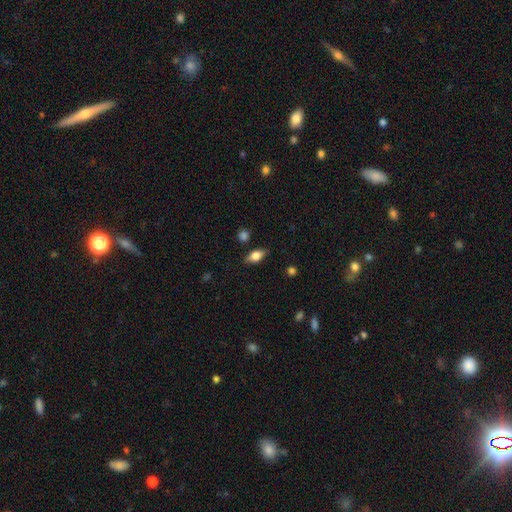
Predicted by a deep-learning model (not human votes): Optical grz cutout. It shows a smooth galaxy with no disk features (71%) that is in between round and cigar-shaped (83%). Merging: none (83%).